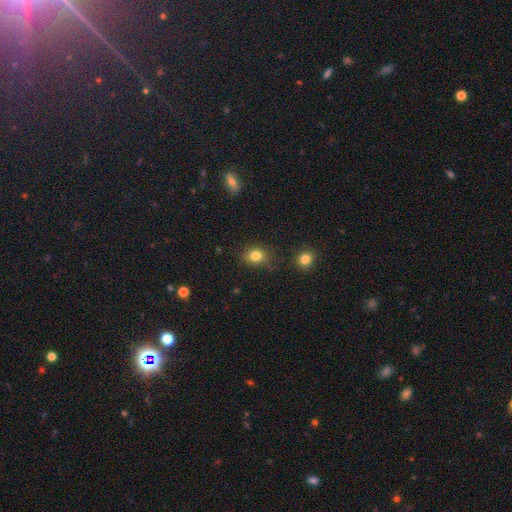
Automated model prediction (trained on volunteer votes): A smooth galaxy with no disk features (81%) that is round (67%). Merging: none (81%).